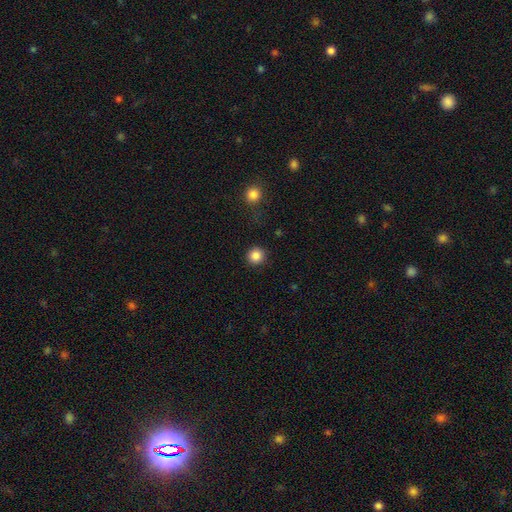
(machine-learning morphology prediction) A smooth galaxy with no disk features (86%) that is round (95%).

Vote fractions:
- Smooth or featured? smooth: 86% / star or artifact: 10% / featured or disk: 4%
- How rounded? round: 95% / in between: 4% / cigar-shaped: 1%
- Merging? none: 91% / minor disturbance: 6% / major disturbance: 2% / merger: 1%